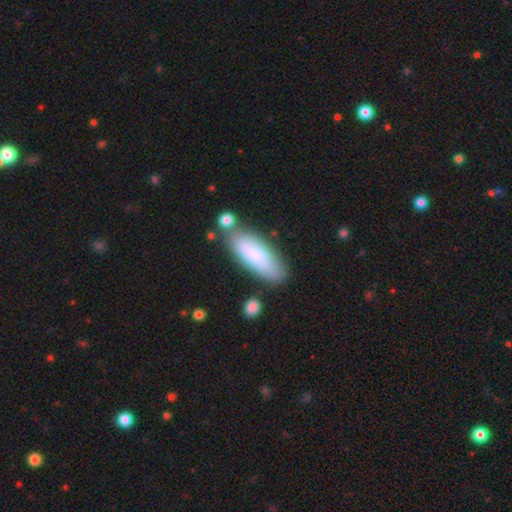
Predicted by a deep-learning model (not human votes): Smooth or featured? smooth (79%)
How rounded? in between (59%)
Merging? none (69%)